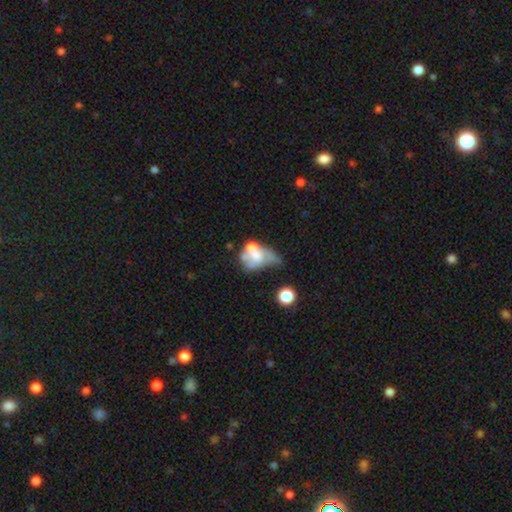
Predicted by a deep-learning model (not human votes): Smooth or featured: featured or disk — 49% (smooth — 40%)
Merging: major disturbance — 33% (tied with merger — 33%)